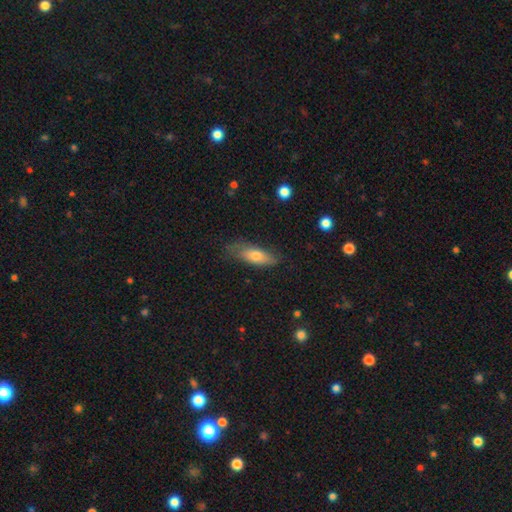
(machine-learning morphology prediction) Smooth or featured: smooth — 63% (featured or disk — 30%)
How rounded: in between — 60% (cigar-shaped — 37%)
Merging: none — 70% (minor disturbance — 23%)